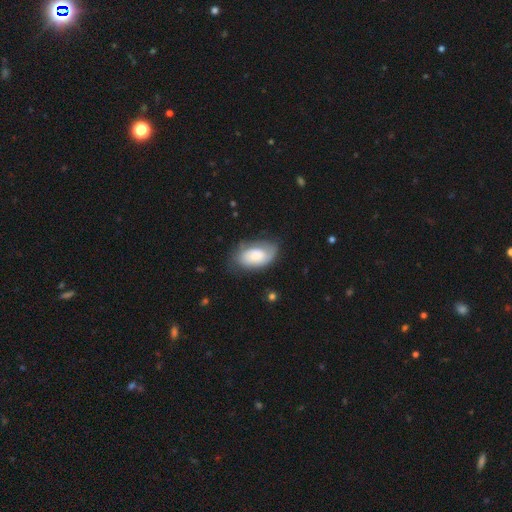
Smooth or featured? smooth (62%)
How rounded? in between (92%)
Merging? minor disturbance (46%)